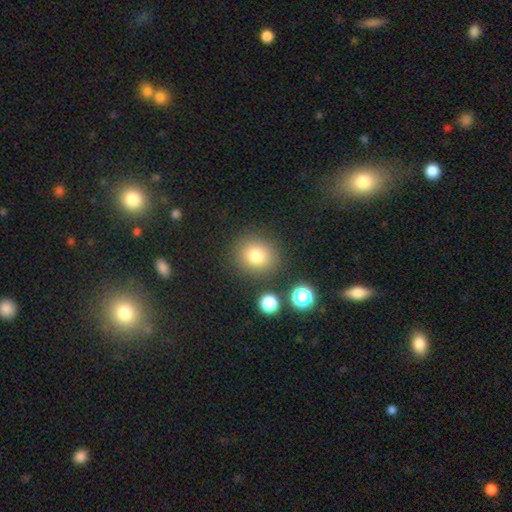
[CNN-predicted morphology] Smooth or featured? smooth (79%)
How rounded? round (84%)
Merging? none (84%)